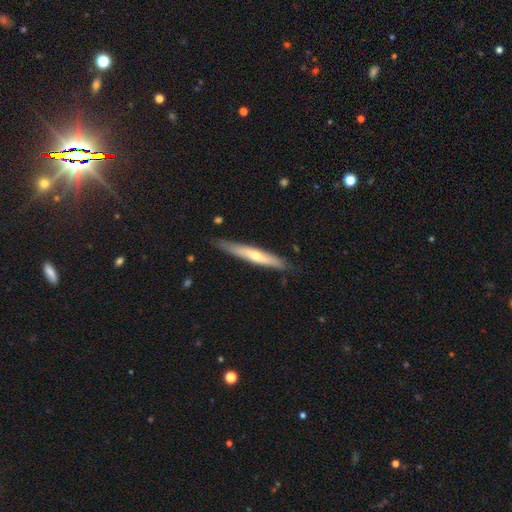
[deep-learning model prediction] Smooth or featured?
  - featured or disk: 50% *
  - smooth: 45%
  - star or artifact: 5%
Merging?
  - none: 82% *
  - minor disturbance: 14%
  - major disturbance: 2%
  - merger: 1%